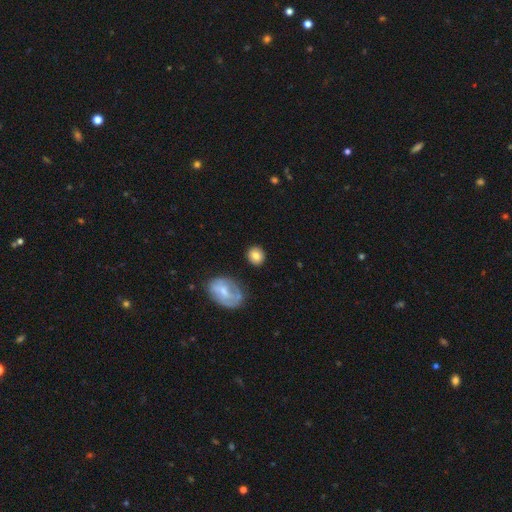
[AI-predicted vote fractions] A smooth galaxy with no disk features (78%) that is round (79%).

Vote fractions:
- Smooth or featured? smooth: 78% / featured or disk: 14% / star or artifact: 8%
- How rounded? round: 79% / in between: 19% / cigar-shaped: 1%
- Merging? none: 83% / minor disturbance: 10% / major disturbance: 4% / merger: 3%